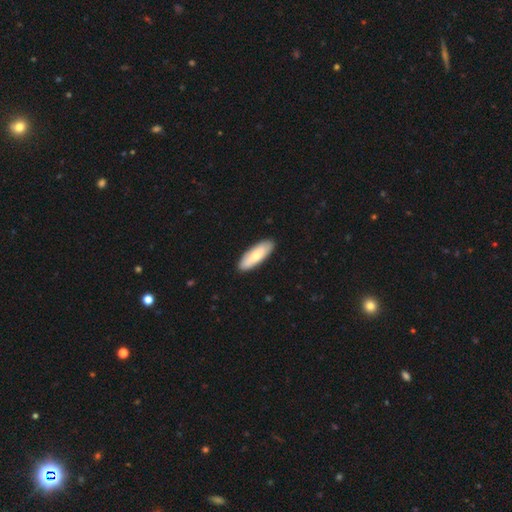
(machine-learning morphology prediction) Overall: smooth (73%). How rounded: in between (59%; cigar-shaped 39%). Merging: none (89%).